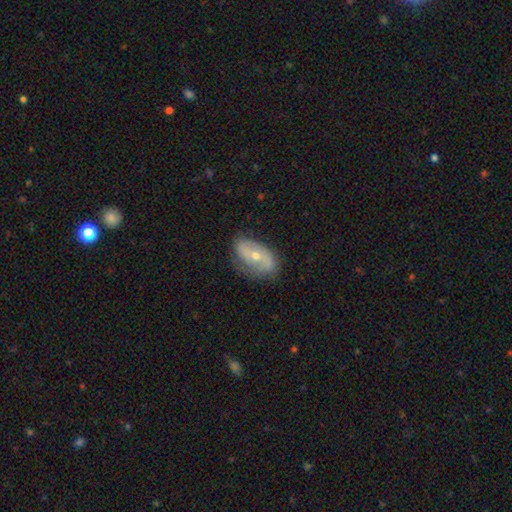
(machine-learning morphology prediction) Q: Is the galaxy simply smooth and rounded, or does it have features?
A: featured or disk — 64%.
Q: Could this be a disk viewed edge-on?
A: no — 93%.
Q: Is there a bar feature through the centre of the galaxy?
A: no — 57%.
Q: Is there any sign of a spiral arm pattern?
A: yes — 78%.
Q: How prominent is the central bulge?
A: small — 52%.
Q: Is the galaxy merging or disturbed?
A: none — 69%.